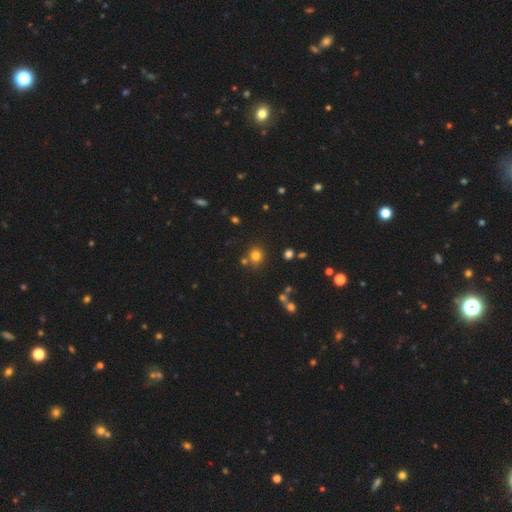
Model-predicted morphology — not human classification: type=smooth (78%); roundness=round (86%); merging=none (76%).